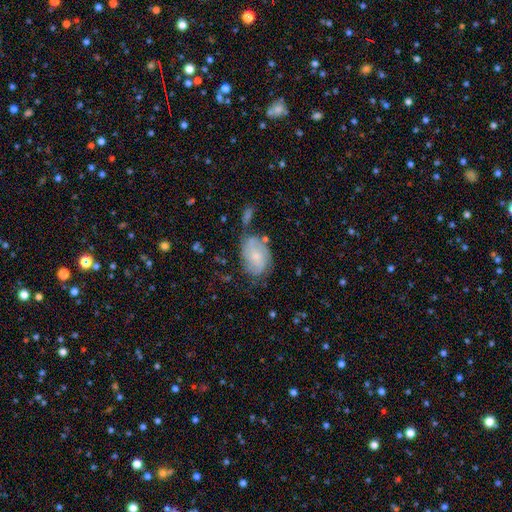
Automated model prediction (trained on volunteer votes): A featured or disk galaxy (53%) with no bar (62%), spiral arms (82%) and a small central bulge (53%).

Vote fractions:
- Smooth or featured? featured or disk: 53% / smooth: 40% / star or artifact: 8%
- Edge-on disk? no: 96% / yes: 4%
- Bar? no: 62% / weak: 32% / strong: 5%
- Spiral arms? yes: 82% / no: 18%
- Bulge size? small: 53% / moderate: 33% / none: 10% / large: 3% / dominant: 1%
- Merging? none: 54% / minor disturbance: 26% / major disturbance: 11% / merger: 8%